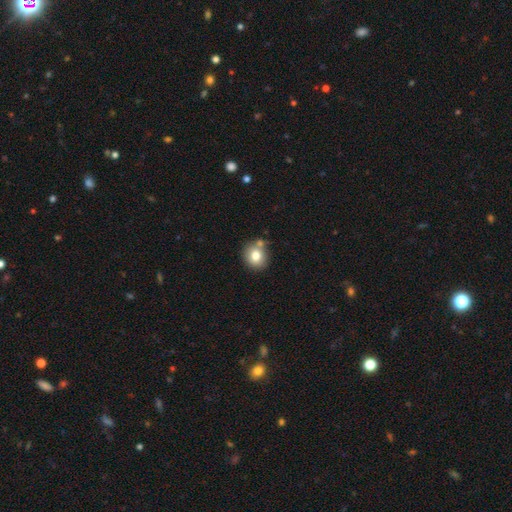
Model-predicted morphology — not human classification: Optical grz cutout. It shows a smooth galaxy with no disk features (78%) that is round (82%). Merging: none (66%).